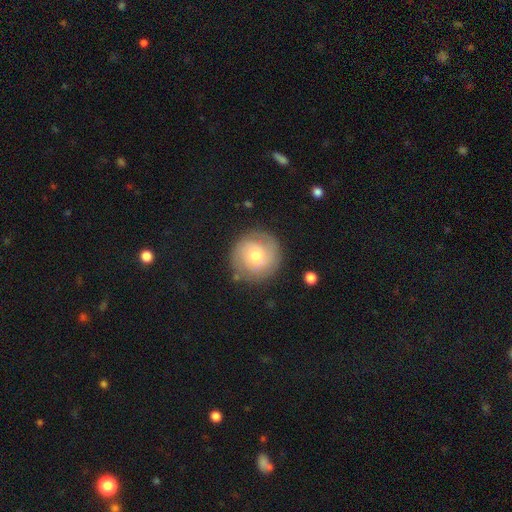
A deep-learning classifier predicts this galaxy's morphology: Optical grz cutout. It shows a featured or disk galaxy (51%) with no bar (73%), spiral arms (79%) and a moderate central bulge (60%). Merging: none (82%).